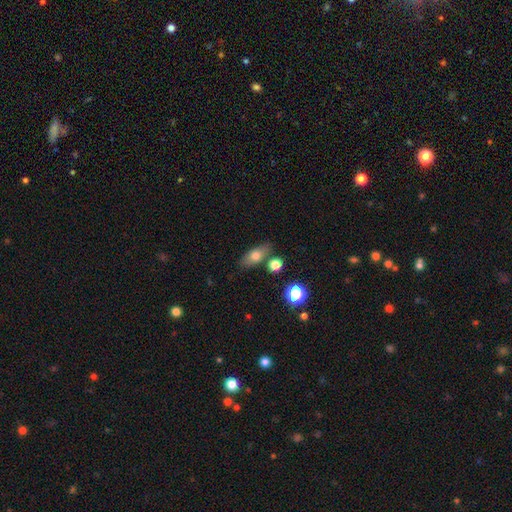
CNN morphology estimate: smooth_or_featured: smooth (p=0.70) [alt: featured or disk p=0.21]
how_rounded: in between (p=0.74) [alt: cigar-shaped p=0.15]
merging: none (p=0.73) [alt: minor disturbance p=0.13]